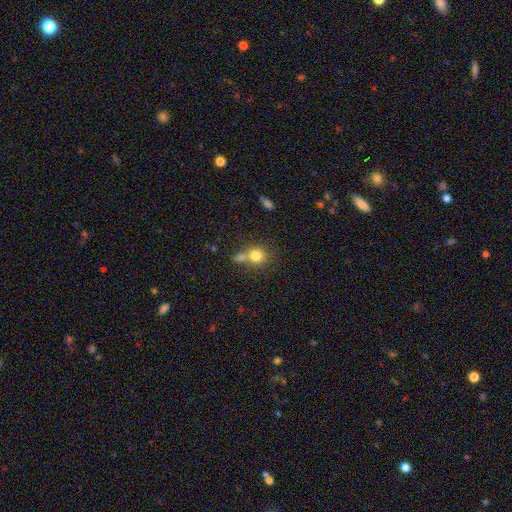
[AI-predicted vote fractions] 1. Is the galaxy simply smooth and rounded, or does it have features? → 79% smooth, 11% star or artifact, 10% featured or disk.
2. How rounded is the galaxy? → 80% round, 19% in between, 1% cigar-shaped.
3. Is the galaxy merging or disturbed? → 47% none, 37% merger, 11% minor disturbance, 5% major disturbance.